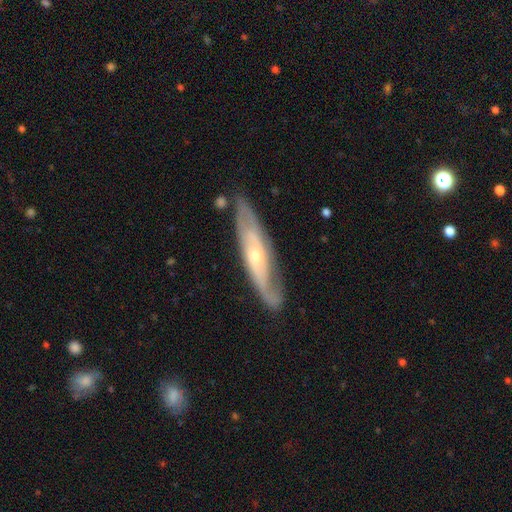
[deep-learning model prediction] featured or disk 76%, smooth 18%, star or artifact 6%. Down the decision tree: edge-on disk — no (65%); merging — none (76%).